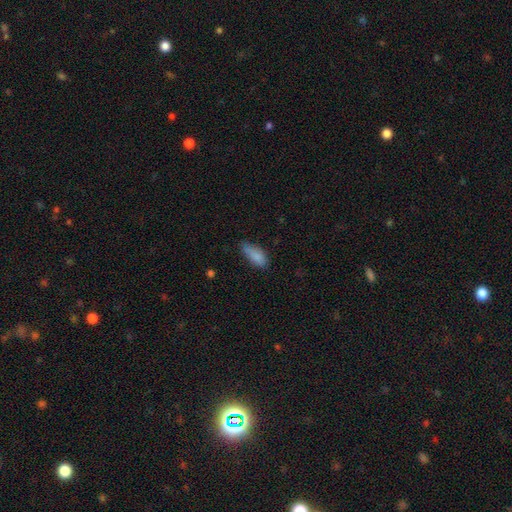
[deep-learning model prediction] Smooth or featured: smooth — 84% (featured or disk — 8%)
How rounded: in between — 83% (cigar-shaped — 14%)
Merging: none — 52% (minor disturbance — 37%)